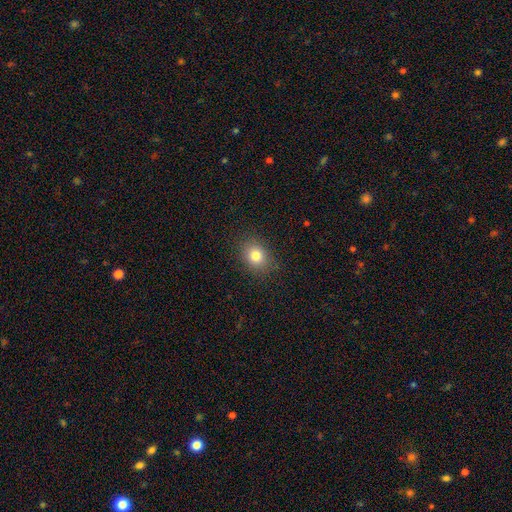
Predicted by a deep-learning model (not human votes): Smooth or featured: smooth — 81% (star or artifact — 12%)
How rounded: round — 56% (in between — 43%)
Merging: none — 86% (minor disturbance — 10%)